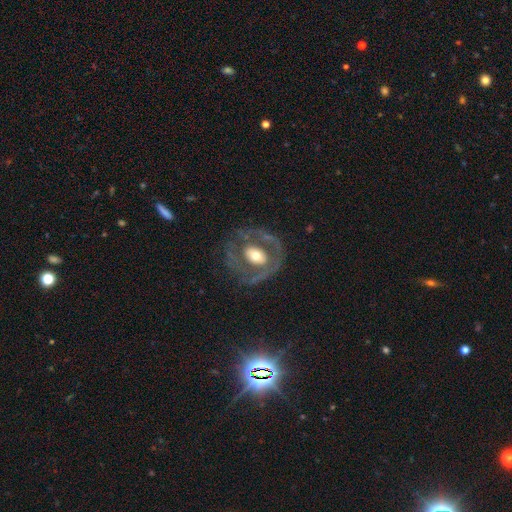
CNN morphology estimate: Smooth or featured?
  - featured or disk: 66% *
  - smooth: 28%
  - star or artifact: 6%
Edge-on disk?
  - no: 95% *
  - yes: 5%
Bar?
  - no: 63% *
  - weak: 24%
  - strong: 13%
Spiral arms?
  - no: 56% *
  - yes: 44%
Bulge size?
  - moderate: 62% *
  - large: 21%
  - small: 14%
  - dominant: 2%
  - none: 1%
Merging?
  - none: 63% *
  - minor disturbance: 18%
  - major disturbance: 17%
  - merger: 2%